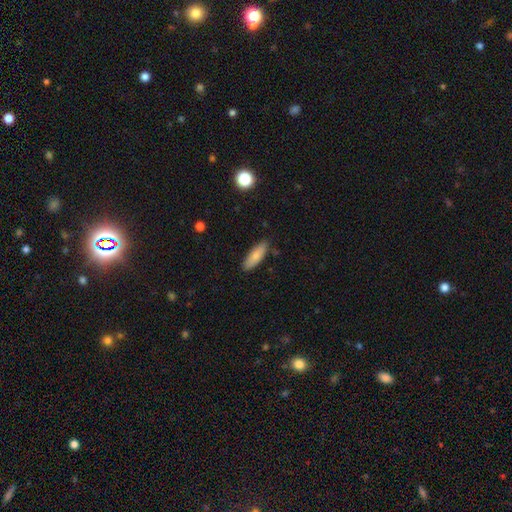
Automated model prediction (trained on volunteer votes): Smooth or featured? Predicted: smooth (p=0.81). How rounded? Predicted: in between (p=0.57). Merging? Predicted: none (p=0.84).